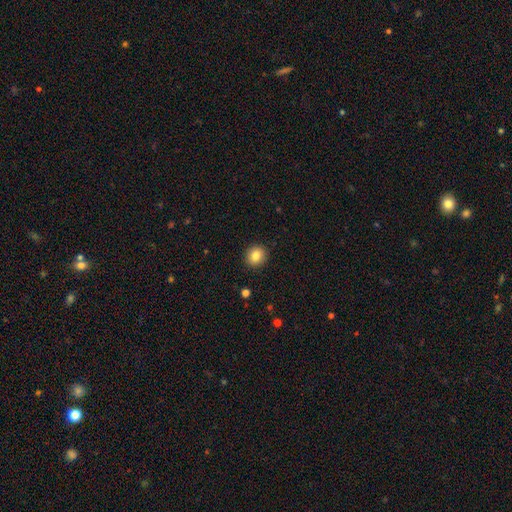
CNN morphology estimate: Overall: smooth (83%). How rounded: round (83%). Merging: none (92%).